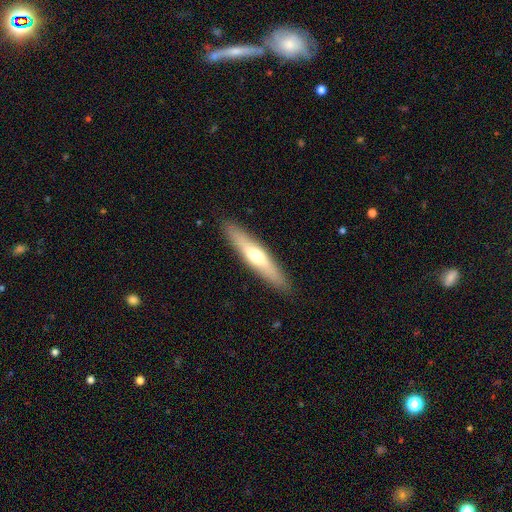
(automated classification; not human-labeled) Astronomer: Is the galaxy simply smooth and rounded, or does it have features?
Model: smooth — 48% (runner-up: featured or disk, 46%).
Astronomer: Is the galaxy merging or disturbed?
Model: none — 90%.